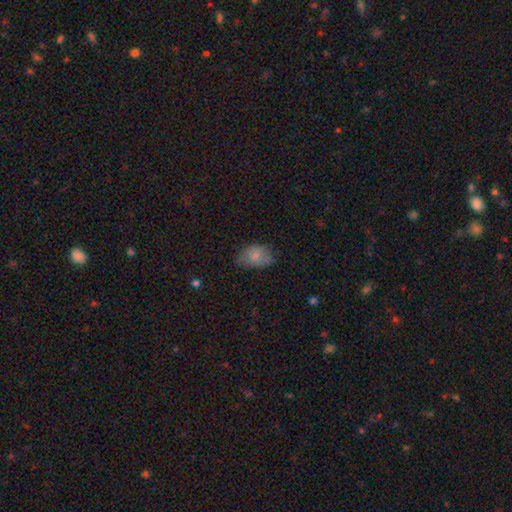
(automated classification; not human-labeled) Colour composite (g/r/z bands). It shows a smooth galaxy with no disk features (78%) that is in between round and cigar-shaped (87%). Merging: none (58%).